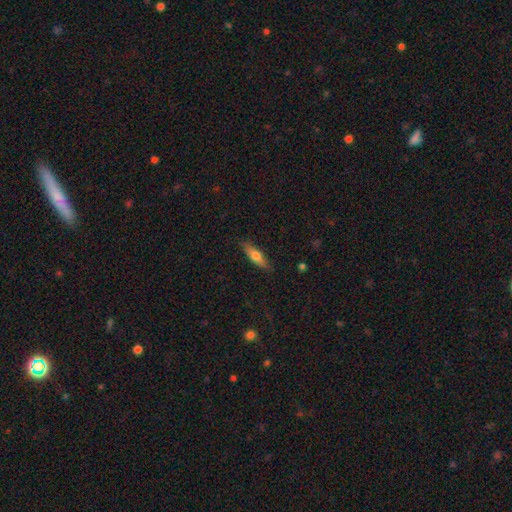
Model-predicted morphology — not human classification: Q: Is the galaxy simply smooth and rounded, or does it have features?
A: smooth — 56%.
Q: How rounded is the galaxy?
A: cigar-shaped — 66%.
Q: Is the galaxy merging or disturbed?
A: none — 86%.